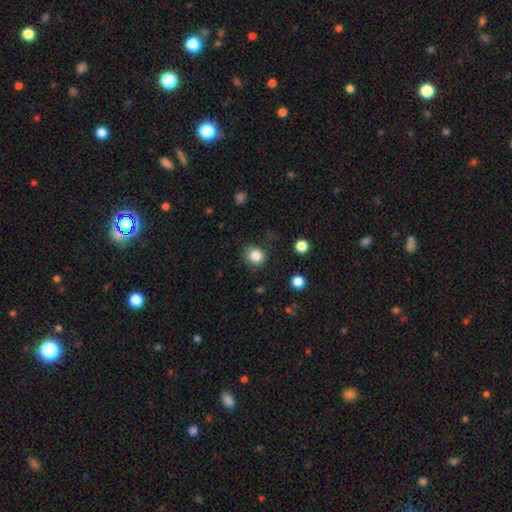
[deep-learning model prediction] smooth-or-featured: smooth: 83% | star or artifact: 12% | featured or disk: 5%
  how-rounded: round: 82% | in between: 17% | cigar-shaped: 1%
  merging: none: 79% | minor disturbance: 15% | major disturbance: 5% | merger: 2%